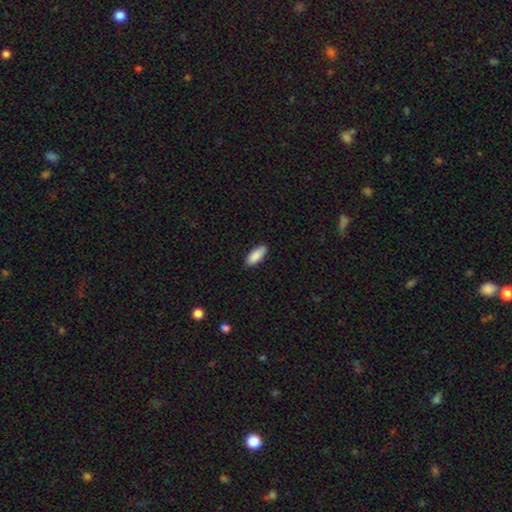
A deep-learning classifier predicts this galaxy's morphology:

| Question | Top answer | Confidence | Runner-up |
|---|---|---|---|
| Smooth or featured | smooth | 90% | star or artifact (6%) |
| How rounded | in between | 82% | cigar-shaped (16%) |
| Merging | none | 86% | minor disturbance (11%) |